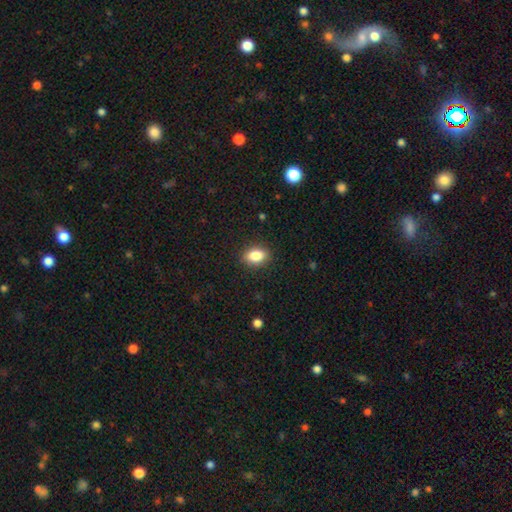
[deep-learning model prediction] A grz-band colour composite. It shows a smooth galaxy with no disk features (86%) that is in between round and cigar-shaped (83%). Merging: none (88%).